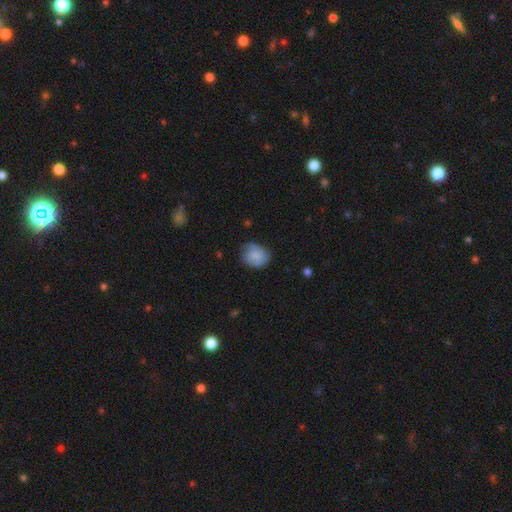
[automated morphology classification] smooth_or_featured: smooth (p=0.70) [alt: featured or disk p=0.23]
how_rounded: round (p=0.61) [alt: in between p=0.38]
merging: none (p=0.59) [alt: minor disturbance p=0.30]